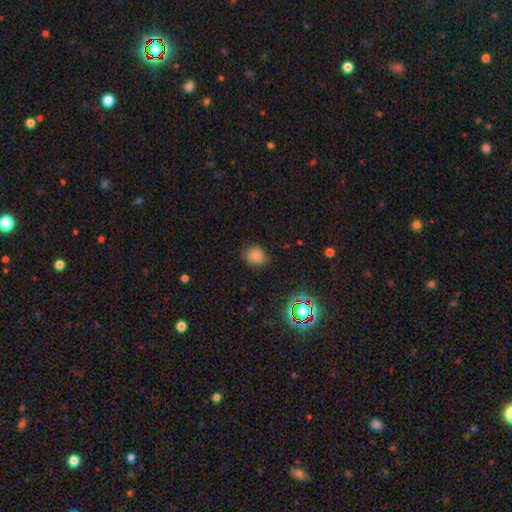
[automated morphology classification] This appears to be a smooth galaxy with no disk features (79%) that is round (60%). Merging: none (76%).